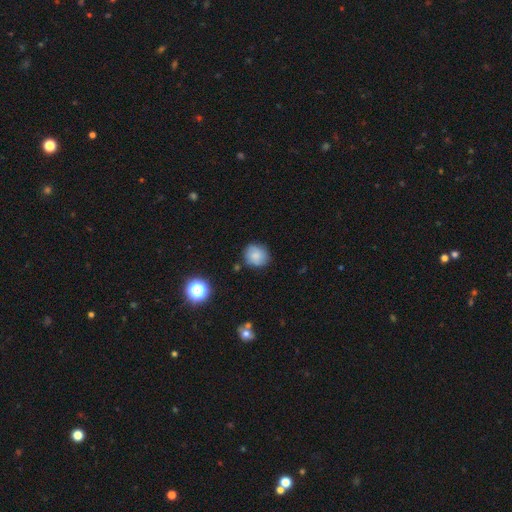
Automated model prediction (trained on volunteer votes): Smooth or featured? Predicted: smooth (p=0.76). How rounded? Predicted: round (p=0.79). Merging? Predicted: none (p=0.77).